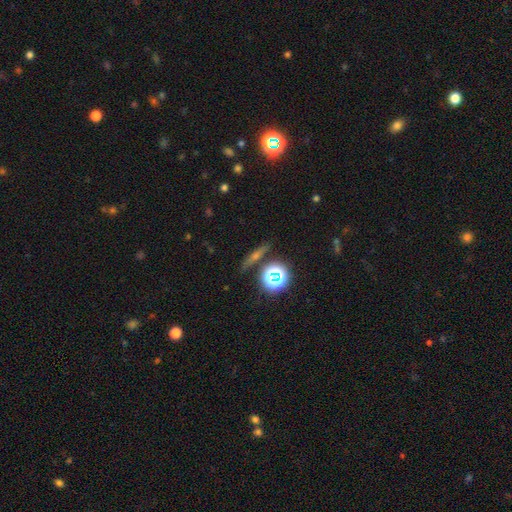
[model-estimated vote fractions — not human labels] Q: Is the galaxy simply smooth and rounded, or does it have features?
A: featured or disk — 41%.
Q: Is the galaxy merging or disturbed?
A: none — 87%.